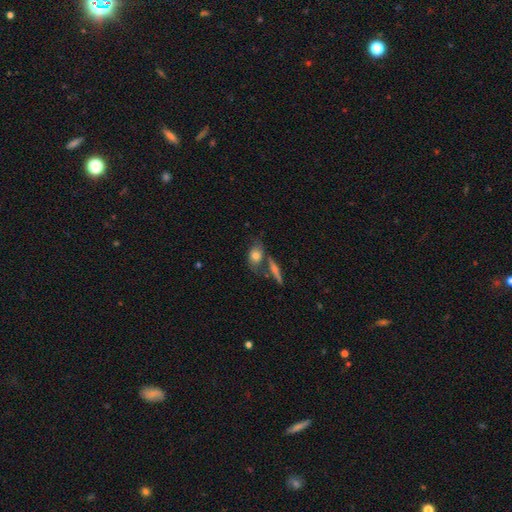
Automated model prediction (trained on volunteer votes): smooth-or-featured: smooth: 65% | featured or disk: 26% | star or artifact: 9%
  how-rounded: in between: 71% | round: 23% | cigar-shaped: 7%
  merging: none: 50% | merger: 25% | minor disturbance: 17% | major disturbance: 8%